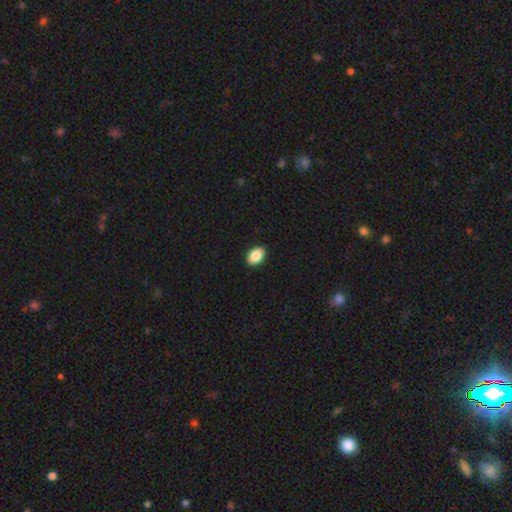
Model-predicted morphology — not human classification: A smooth galaxy with no disk features (88%) that is in between round and cigar-shaped (89%). Merging: none (91%).